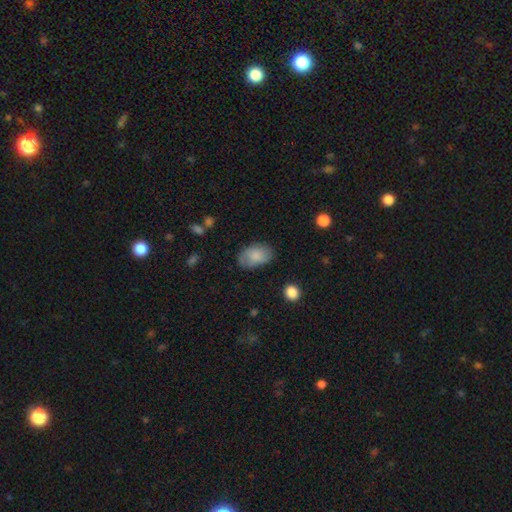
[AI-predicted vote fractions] smooth-or-featured: smooth: 79% | featured or disk: 13% | star or artifact: 7%
  how-rounded: in between: 91% | round: 8% | cigar-shaped: 1%
  merging: none: 72% | minor disturbance: 21% | major disturbance: 6% | merger: 2%